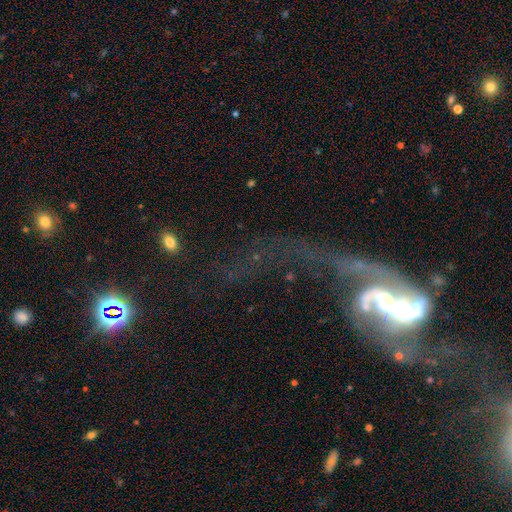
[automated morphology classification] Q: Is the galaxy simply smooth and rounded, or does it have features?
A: featured or disk — 73%.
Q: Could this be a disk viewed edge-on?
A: no — 92%.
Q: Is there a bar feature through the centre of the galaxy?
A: weak — 36%.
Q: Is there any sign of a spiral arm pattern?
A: yes — 80%.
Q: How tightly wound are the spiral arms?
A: loose — 64%.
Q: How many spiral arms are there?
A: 2 — 67%.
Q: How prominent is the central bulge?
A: moderate — 45%.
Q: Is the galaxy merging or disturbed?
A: merger — 34%.